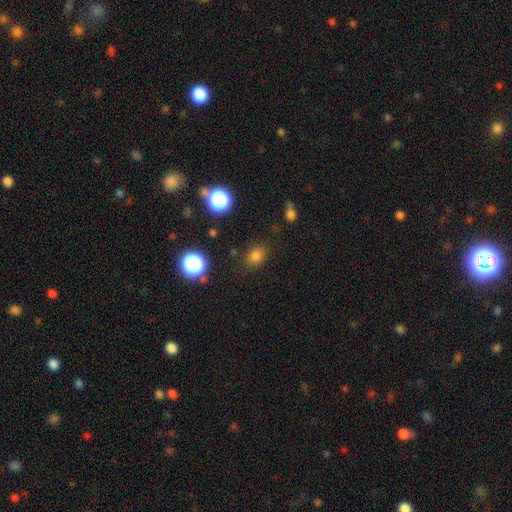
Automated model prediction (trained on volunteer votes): This is likely a smooth galaxy (77%). How rounded: possibly round (54%). Merging: clearly none (84%).